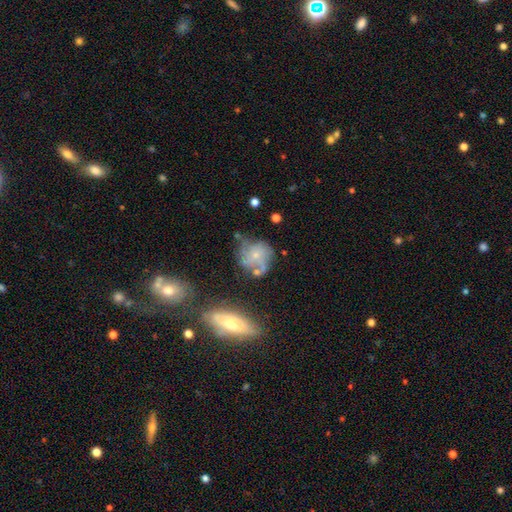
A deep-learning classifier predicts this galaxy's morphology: The model was most divided on "smooth or featured": featured or disk: 54%, smooth: 36%, star or artifact: 11%. Remaining: edge-on disk — no (96%); bar — no (83%); bulge size — small (69%); spiral arms — yes (62%); merging — none (46%).